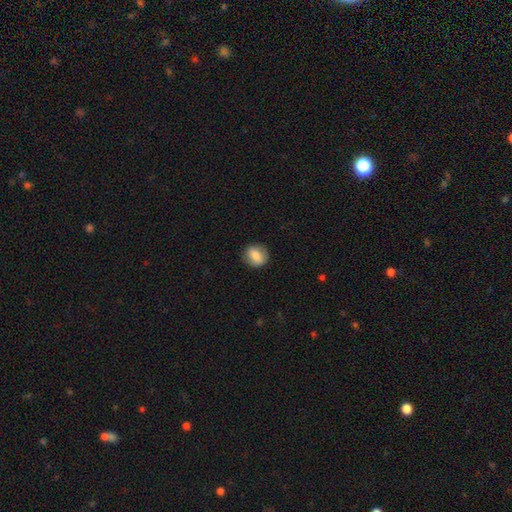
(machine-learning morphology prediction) smooth-or-featured: smooth: 77% | featured or disk: 15% | star or artifact: 8%
  how-rounded: round: 70% | in between: 29% | cigar-shaped: 1%
  merging: none: 86% | minor disturbance: 10% | major disturbance: 3% | merger: 1%